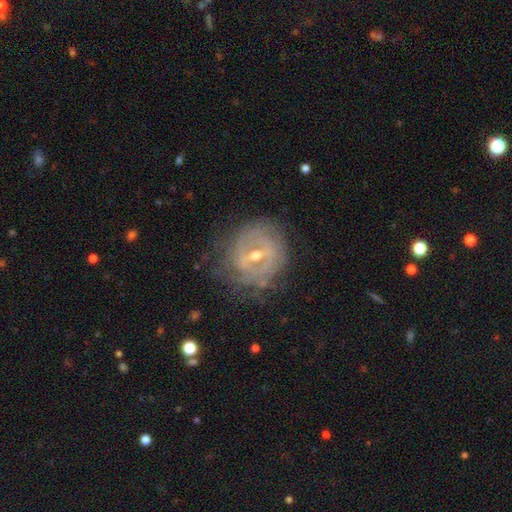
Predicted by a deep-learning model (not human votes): Smooth or featured: featured or disk — 83% (smooth — 11%)
Edge-on disk: no — 94% (yes — 6%)
Bar: strong — 48% (weak — 40%)
Spiral arms: yes — 71% (no — 29%)
Spiral winding: tight — 68% (medium — 23%)
Spiral arm count: can't tell — 52% (2 — 22%)
Bulge size: moderate — 55% (small — 41%)
Merging: none — 70% (minor disturbance — 18%)